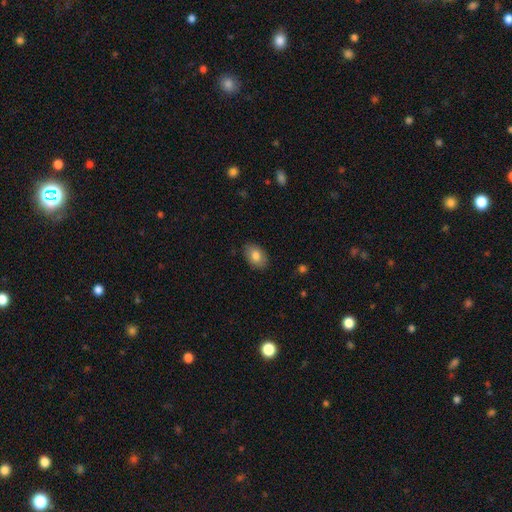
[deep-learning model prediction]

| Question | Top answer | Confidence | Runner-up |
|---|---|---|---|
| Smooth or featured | smooth | 80% | featured or disk (12%) |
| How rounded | in between | 85% | round (14%) |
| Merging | none | 83% | minor disturbance (13%) |